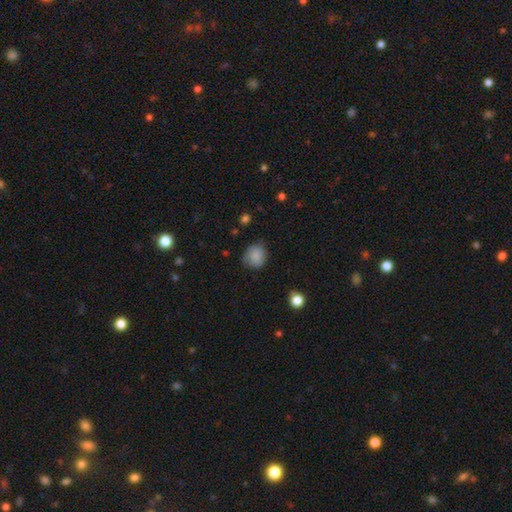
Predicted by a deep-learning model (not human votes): This appears to be a smooth galaxy with no disk features (84%) that is round (77%). Merging: none (67%).